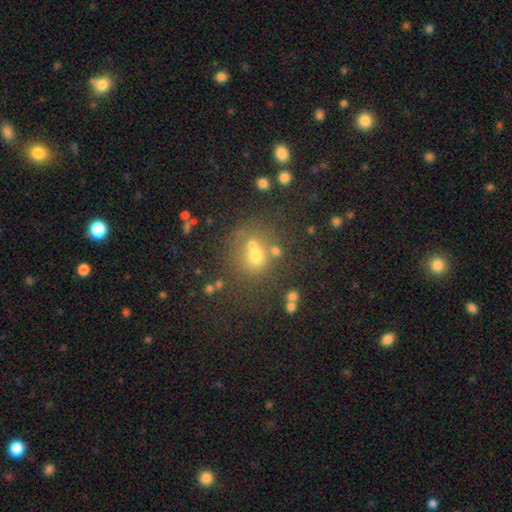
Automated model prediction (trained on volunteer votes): smooth 59%, star or artifact 24%, featured or disk 17%. Down the decision tree: how rounded — round (81%); merging — none (53%).